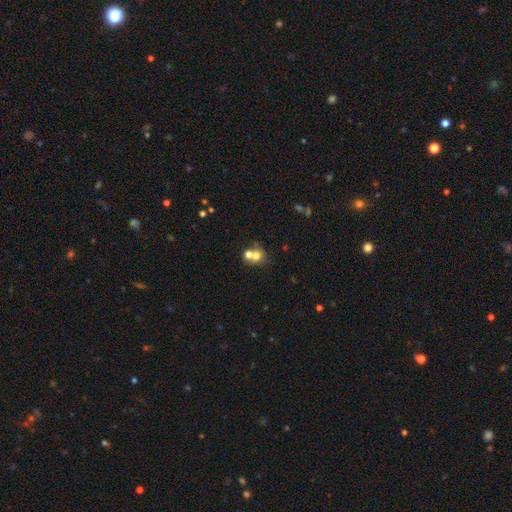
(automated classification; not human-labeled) This is likely a smooth galaxy (68%). How rounded: likely round (74%). Merging: possibly merger (51%).